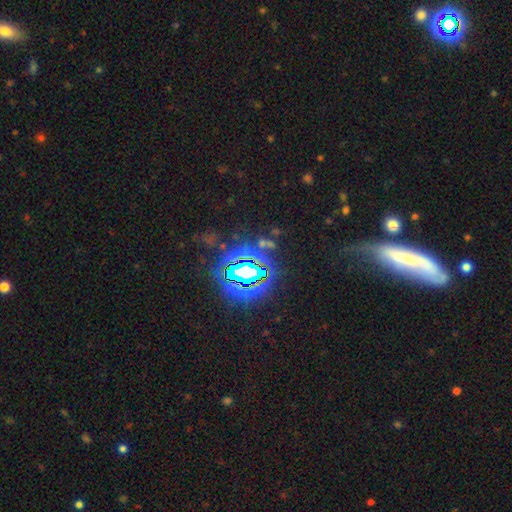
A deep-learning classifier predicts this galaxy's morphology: smooth-or-featured: star or artifact: 72% | smooth: 16% | featured or disk: 13%